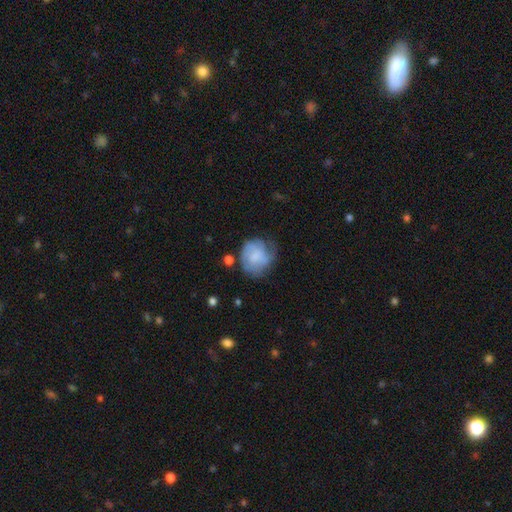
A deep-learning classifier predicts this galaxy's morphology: Overall: smooth (56%; featured or disk 36%). How rounded: round (72%). Merging: none (49%; minor disturbance 30%).